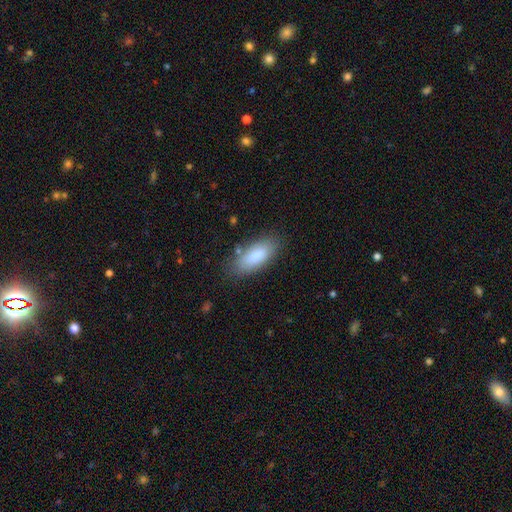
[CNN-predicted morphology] This appears to be a smooth galaxy with no disk features (85%) that is in between round and cigar-shaped (82%). Merging: none (80%).